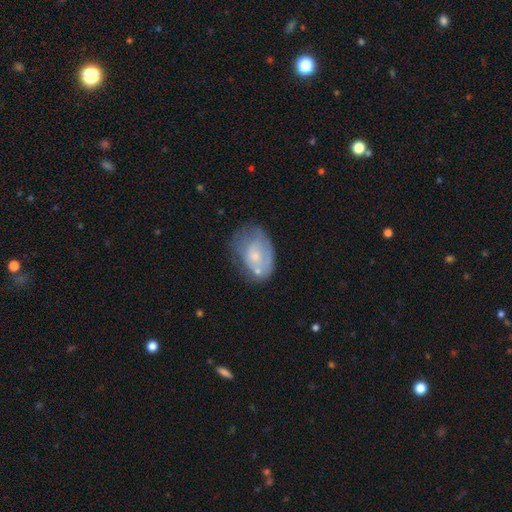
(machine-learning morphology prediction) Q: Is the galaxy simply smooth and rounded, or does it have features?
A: smooth — 47%.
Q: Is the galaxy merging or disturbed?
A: none — 37%.